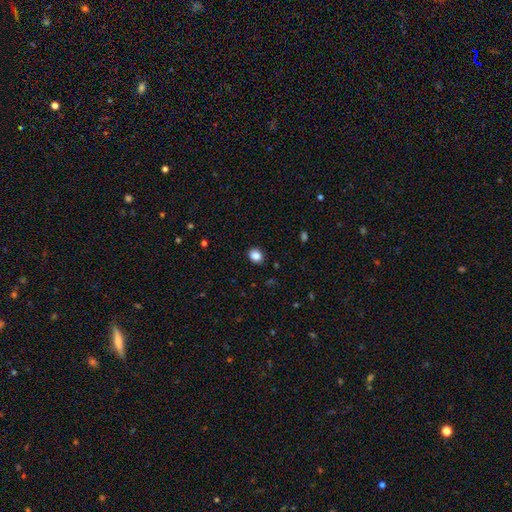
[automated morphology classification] Smooth or featured? Predicted: smooth (p=0.87). How rounded? Predicted: round (p=0.55). Merging? Predicted: none (p=0.90).